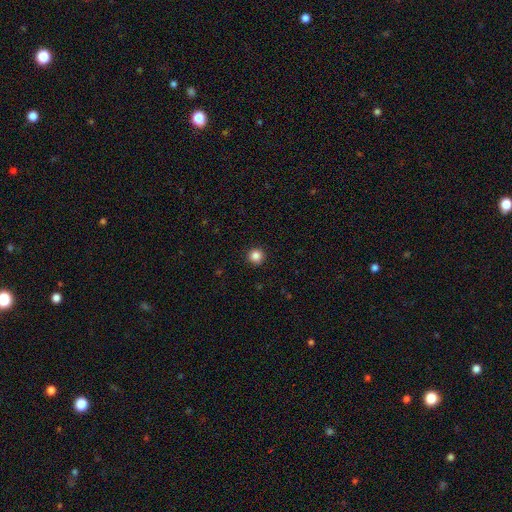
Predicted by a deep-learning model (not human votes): Overall: smooth (85%). How rounded: round (95%). Merging: none (93%).